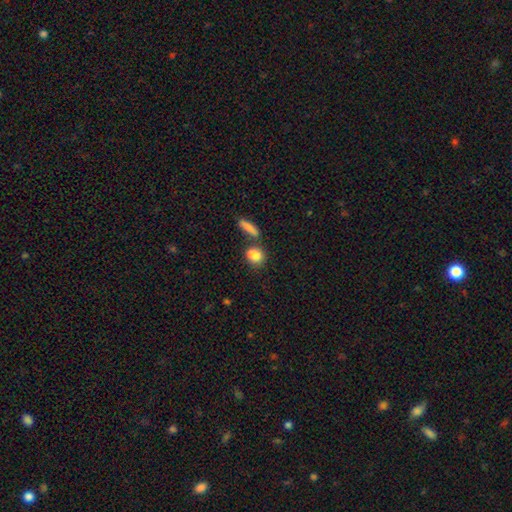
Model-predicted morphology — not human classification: Smooth or featured? smooth (83%)
How rounded? in between (61%)
Merging? none (55%)